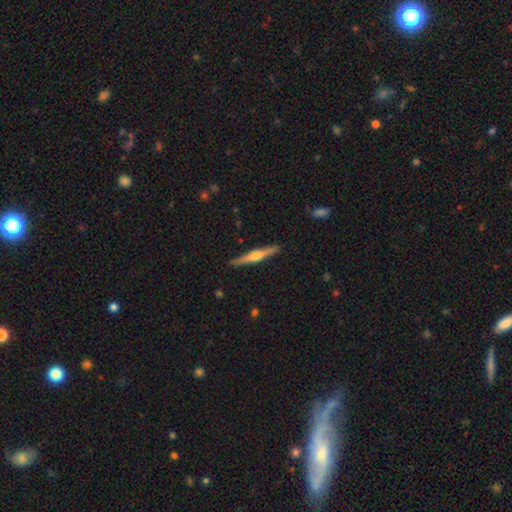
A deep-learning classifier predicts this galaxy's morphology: smooth_or_featured: featured or disk (p=0.70) [alt: smooth p=0.24]
disk_edge_on: yes (p=0.98) [alt: no p=0.02]
edge_on_bulge: rounded (p=0.84) [alt: boxy p=0.10]
merging: none (p=0.91) [alt: minor disturbance p=0.06]